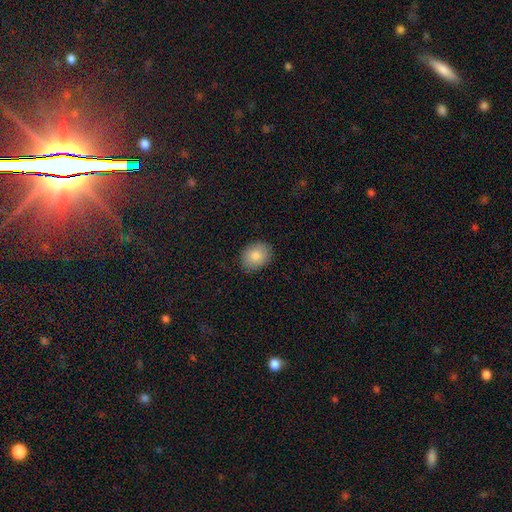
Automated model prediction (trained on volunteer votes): Morphology: type=smooth (84%); roundness=in between (61%); merging=none (86%).